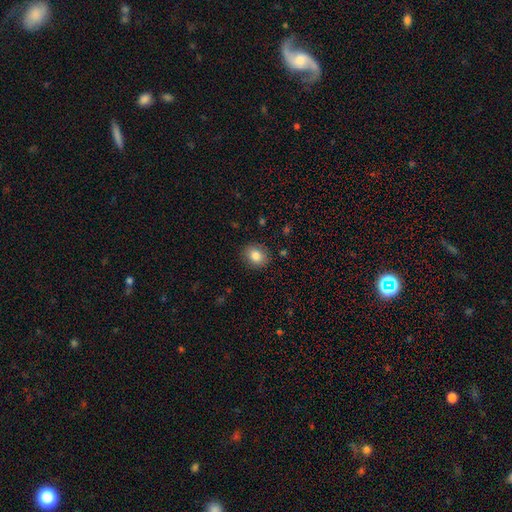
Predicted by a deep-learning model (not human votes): Smooth or featured: smooth — 84% (star or artifact — 9%)
How rounded: round — 60% (in between — 39%)
Merging: none — 88% (minor disturbance — 9%)